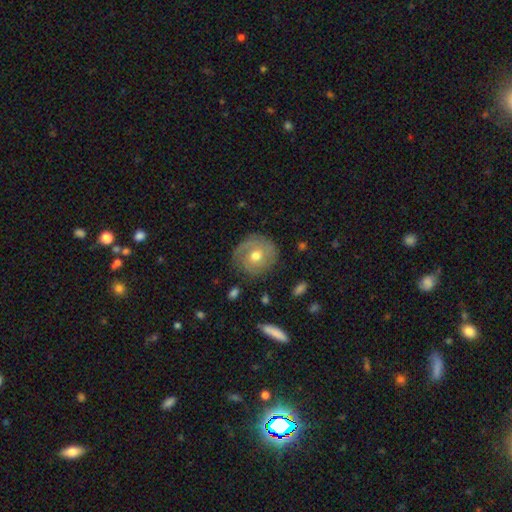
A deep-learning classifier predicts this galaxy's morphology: A featured or disk galaxy (59%) with no bar (75%), spiral arms (75%) and a moderate central bulge (78%). Merging: none (78%).